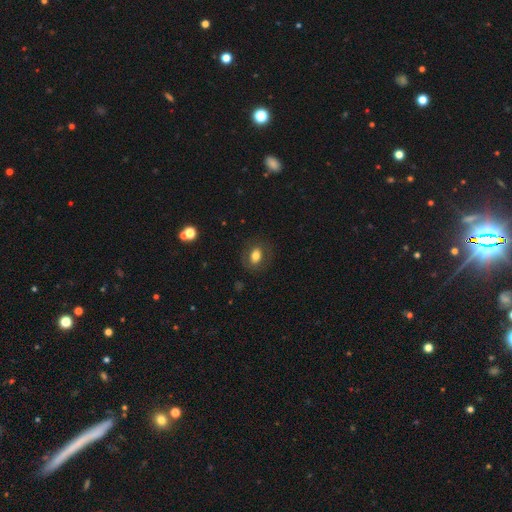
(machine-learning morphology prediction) Smooth or featured? Predicted: smooth (p=0.69). How rounded? Predicted: in between (p=0.68). Merging? Predicted: none (p=0.80).